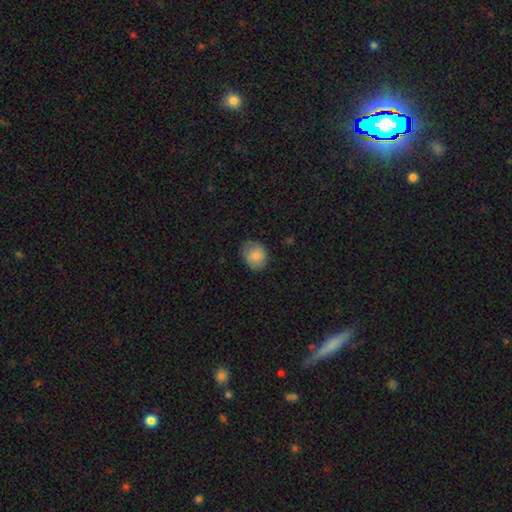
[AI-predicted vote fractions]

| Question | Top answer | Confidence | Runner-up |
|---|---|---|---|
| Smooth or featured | smooth | 82% | featured or disk (10%) |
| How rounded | round | 63% | in between (36%) |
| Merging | none | 69% | minor disturbance (24%) |